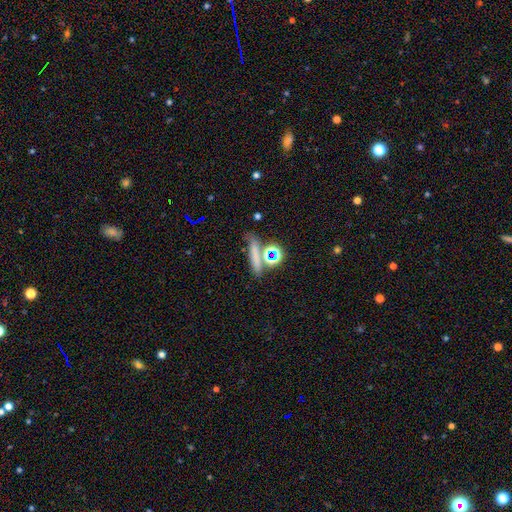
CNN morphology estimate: Smooth or featured? smooth (58%)
How rounded? cigar-shaped (64%)
Merging? none (65%)